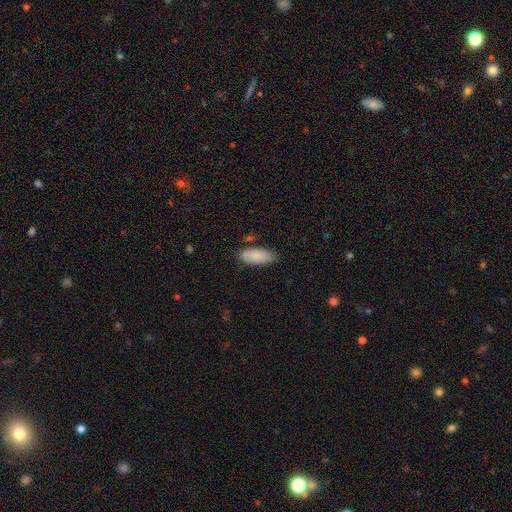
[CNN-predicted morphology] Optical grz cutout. It shows a smooth galaxy with no disk features (86%) that is in between round and cigar-shaped (87%). Merging: none (78%).